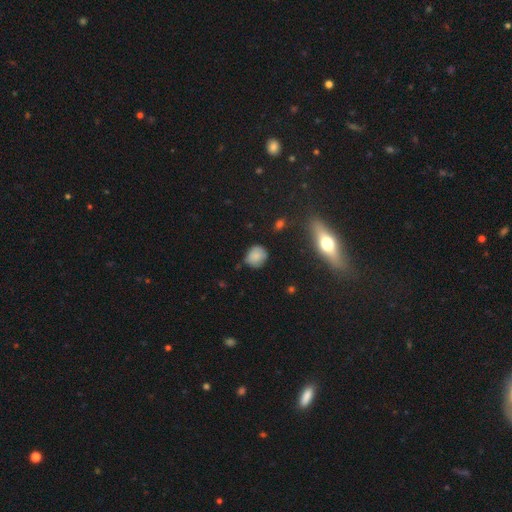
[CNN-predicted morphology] Smooth or featured?
  - smooth: 80% *
  - star or artifact: 10%
  - featured or disk: 10%
How rounded?
  - round: 68% *
  - in between: 31%
  - cigar-shaped: 2%
Merging?
  - none: 70% *
  - minor disturbance: 23%
  - major disturbance: 5%
  - merger: 2%